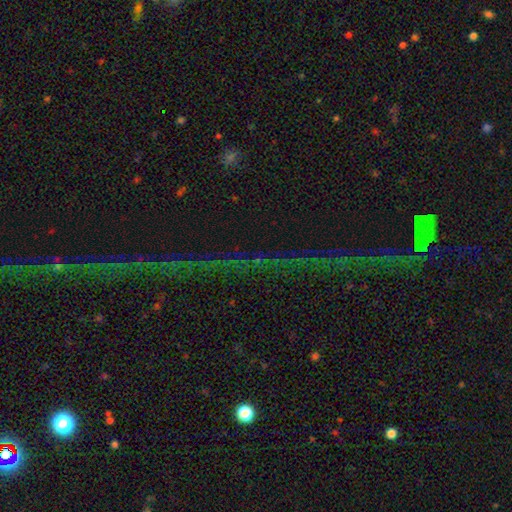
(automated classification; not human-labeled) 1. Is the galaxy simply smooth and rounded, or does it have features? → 73% star or artifact, 17% featured or disk, 10% smooth.